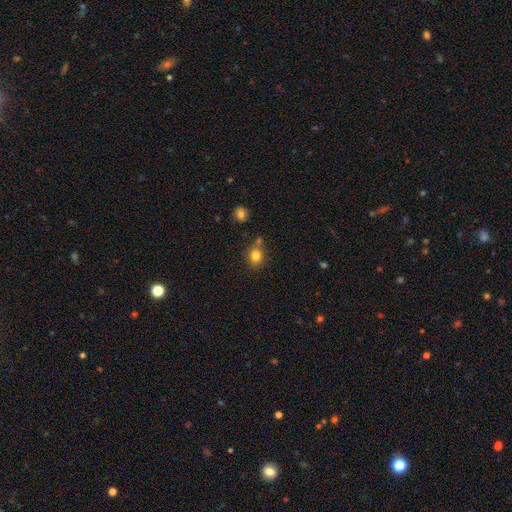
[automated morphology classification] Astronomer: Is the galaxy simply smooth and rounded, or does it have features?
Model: smooth — 81%.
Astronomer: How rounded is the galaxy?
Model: round — 71%.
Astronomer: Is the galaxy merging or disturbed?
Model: none — 69%.